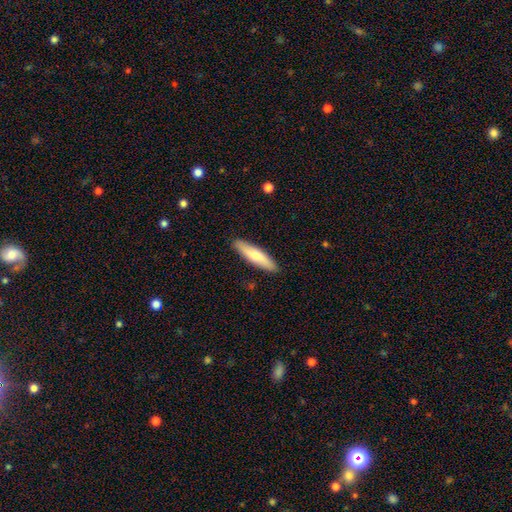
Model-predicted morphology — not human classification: The model was most divided on "smooth or featured": smooth: 71%, featured or disk: 24%, star or artifact: 5%. More confident: merging — none (89%); how rounded — cigar-shaped (75%).